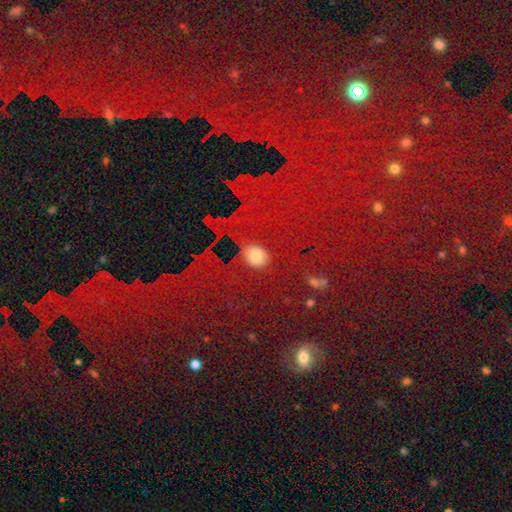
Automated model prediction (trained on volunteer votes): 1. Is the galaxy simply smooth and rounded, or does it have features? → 61% smooth, 27% star or artifact, 12% featured or disk.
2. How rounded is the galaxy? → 51% in between, 46% round, 3% cigar-shaped.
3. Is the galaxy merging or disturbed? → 67% none, 15% minor disturbance, 12% major disturbance, 7% merger.